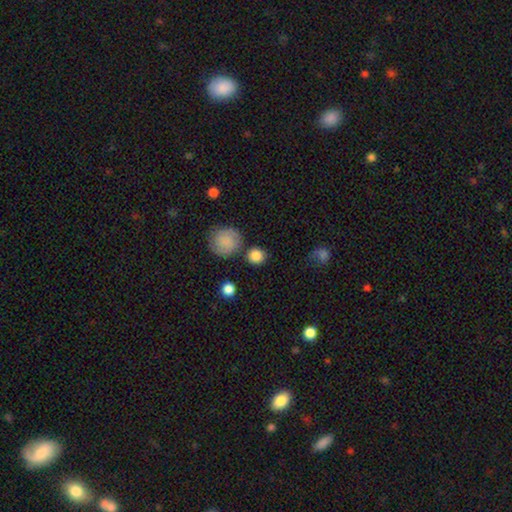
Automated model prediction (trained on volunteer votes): Q: Smooth or featured?
A: smooth (83%); runner-up: featured or disk (9%)
Q: How rounded?
A: round (88%); runner-up: in between (11%)
Q: Merging?
A: none (75%); runner-up: minor disturbance (11%)